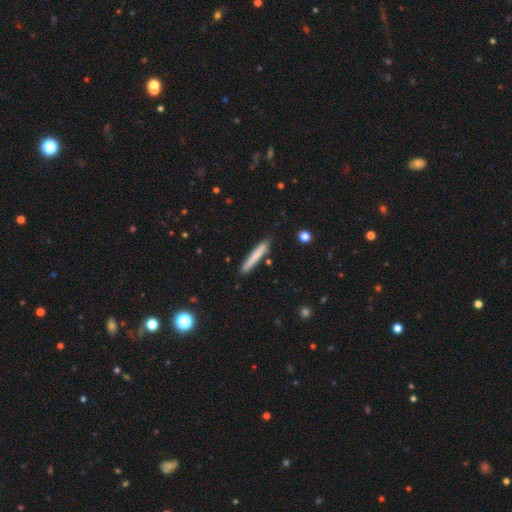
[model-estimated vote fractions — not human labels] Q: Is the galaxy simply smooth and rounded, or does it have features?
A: smooth — 76%.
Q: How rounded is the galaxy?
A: cigar-shaped — 95%.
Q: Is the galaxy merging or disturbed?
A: none — 85%.